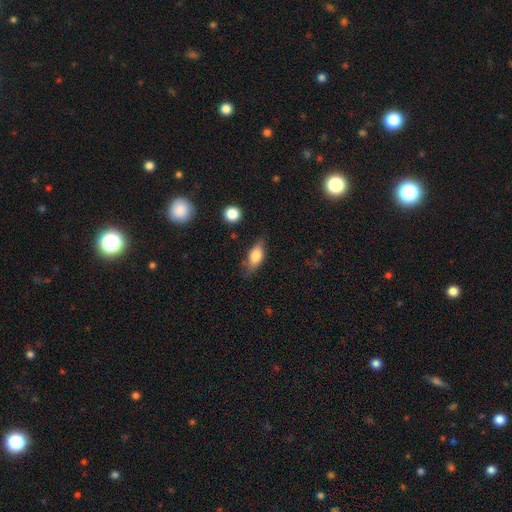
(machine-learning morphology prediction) A smooth galaxy with no disk features (75%) that is in between round and cigar-shaped (80%).

Vote fractions:
- Smooth or featured? smooth: 75% / featured or disk: 17% / star or artifact: 7%
- How rounded? in between: 80% / cigar-shaped: 15% / round: 5%
- Merging? none: 70% / minor disturbance: 22% / major disturbance: 6% / merger: 2%